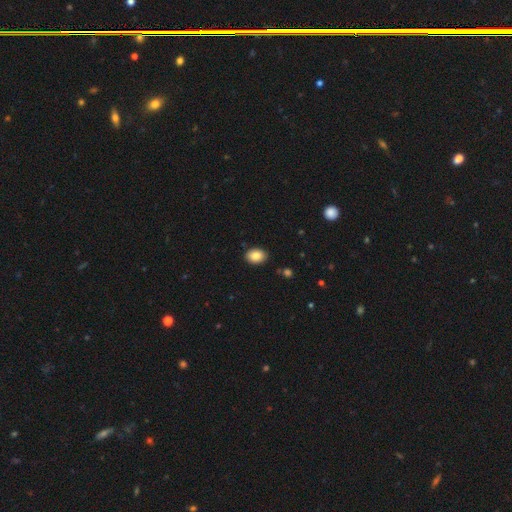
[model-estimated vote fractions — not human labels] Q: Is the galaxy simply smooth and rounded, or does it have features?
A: smooth — 86%.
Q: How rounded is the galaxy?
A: in between — 73%.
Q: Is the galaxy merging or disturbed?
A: none — 89%.